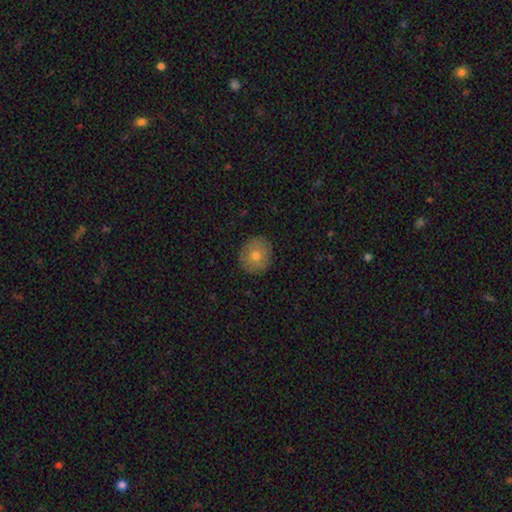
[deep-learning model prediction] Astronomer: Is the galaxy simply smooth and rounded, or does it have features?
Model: smooth — 70%.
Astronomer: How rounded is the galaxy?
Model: round — 85%.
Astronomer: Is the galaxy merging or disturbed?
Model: none — 88%.